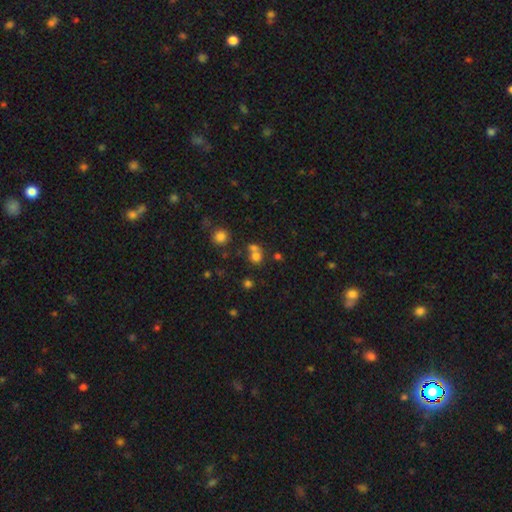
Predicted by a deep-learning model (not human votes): A smooth galaxy with no disk features (69%) that is round (81%). Merging: none (45%).